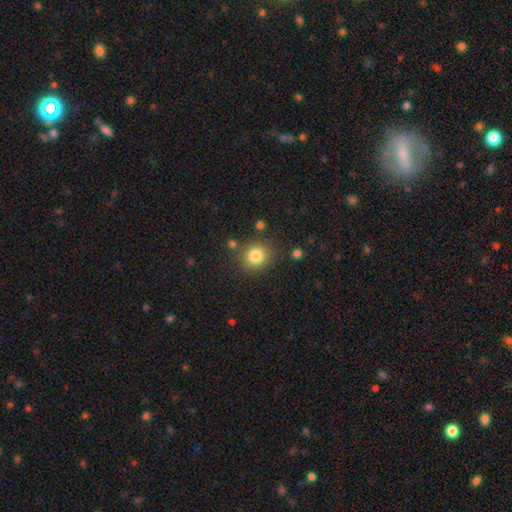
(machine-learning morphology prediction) Q: Smooth or featured?
A: smooth (83%); runner-up: star or artifact (11%)
Q: How rounded?
A: round (81%); runner-up: in between (18%)
Q: Merging?
A: none (82%); runner-up: minor disturbance (10%)